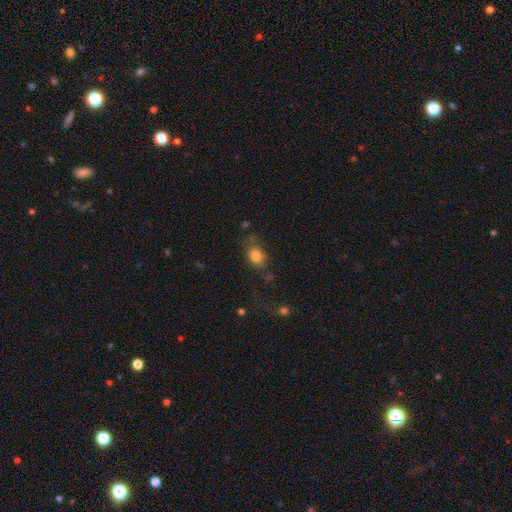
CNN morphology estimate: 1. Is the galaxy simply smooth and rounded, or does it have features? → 80% smooth, 10% star or artifact, 10% featured or disk.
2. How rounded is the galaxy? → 61% in between, 35% round, 3% cigar-shaped.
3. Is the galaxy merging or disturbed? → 55% none, 23% minor disturbance, 16% major disturbance, 6% merger.